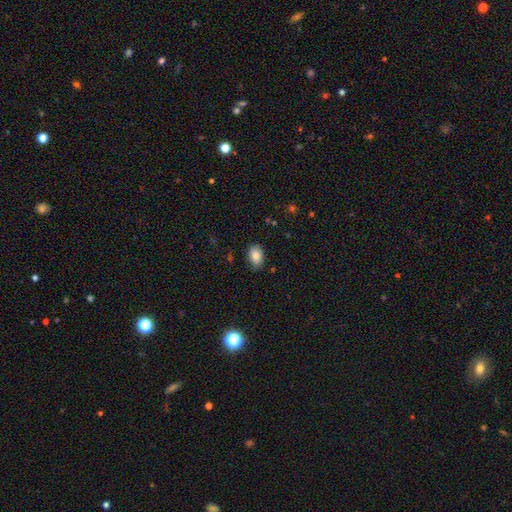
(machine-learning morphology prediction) Smooth or featured? Predicted: smooth (p=0.84). How rounded? Predicted: in between (p=0.86). Merging? Predicted: none (p=0.80).